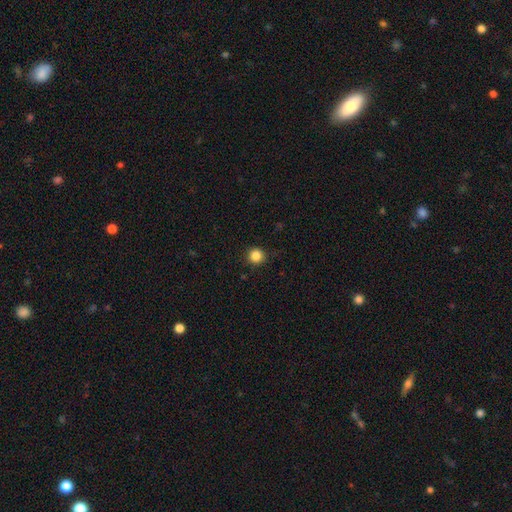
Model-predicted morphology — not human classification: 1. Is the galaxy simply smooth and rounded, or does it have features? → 85% smooth, 11% star or artifact, 4% featured or disk.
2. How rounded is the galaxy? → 94% round, 5% in between, 1% cigar-shaped.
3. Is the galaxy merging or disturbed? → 91% none, 6% minor disturbance, 2% major disturbance, 1% merger.